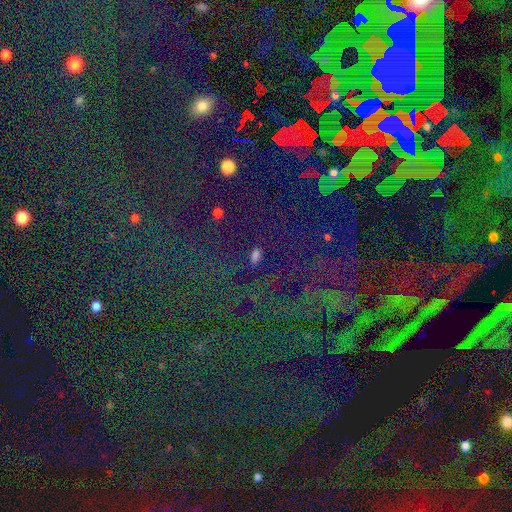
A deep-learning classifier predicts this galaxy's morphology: smooth-or-featured: star or artifact: 51% | smooth: 39% | featured or disk: 10%